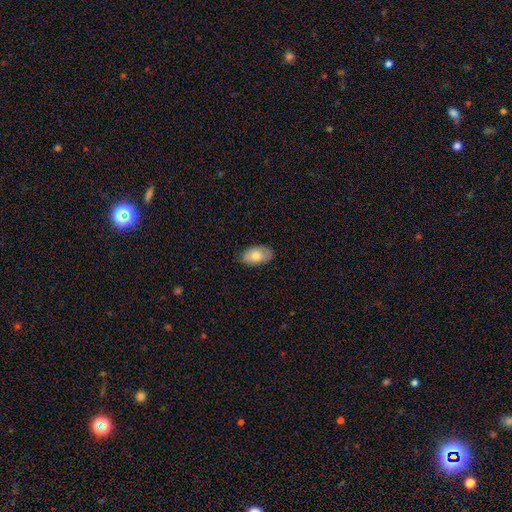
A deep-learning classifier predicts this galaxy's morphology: Smooth or featured: smooth — 77% (featured or disk — 16%)
How rounded: in between — 93% (round — 5%)
Merging: none — 84% (minor disturbance — 13%)